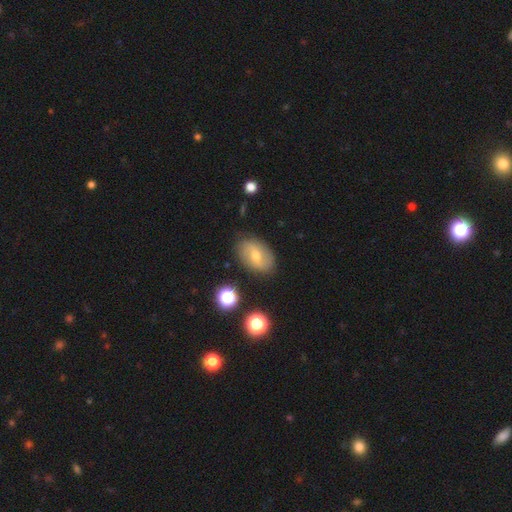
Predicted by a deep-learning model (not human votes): Q: Smooth or featured?
A: featured or disk (48%); runner-up: smooth (42%)
Q: Merging?
A: none (83%); runner-up: minor disturbance (12%)